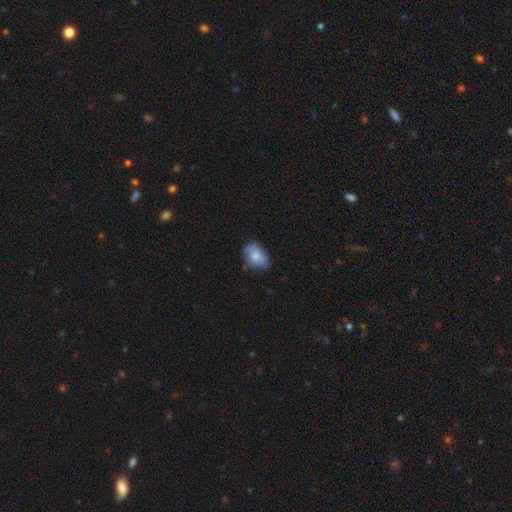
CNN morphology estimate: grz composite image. It shows a smooth galaxy with no disk features (76%) that is in between round and cigar-shaped (83%). Merging: none (65%).